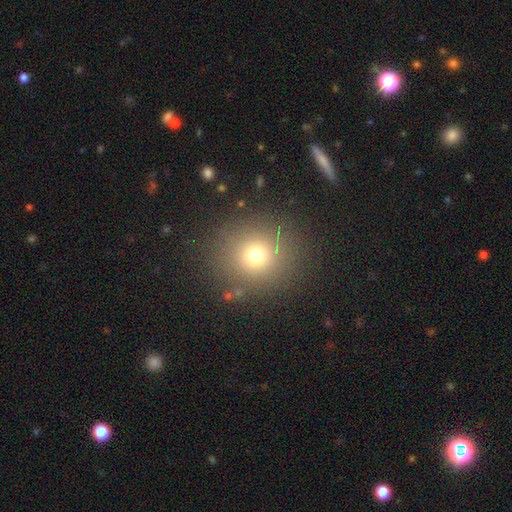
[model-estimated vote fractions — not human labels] Overall: smooth (71%). How rounded: round (89%). Merging: none (86%).